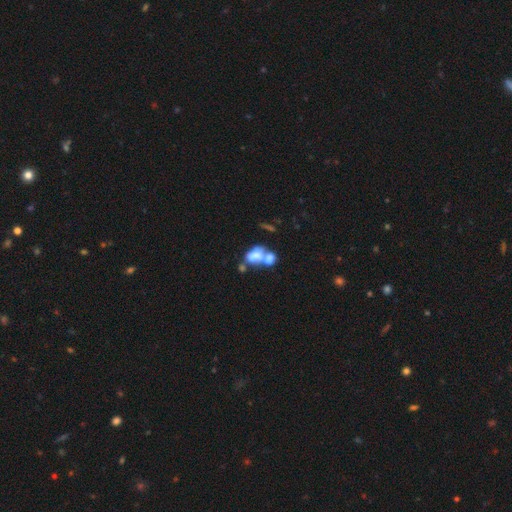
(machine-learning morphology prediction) Overall: smooth (55%; featured or disk 34%). How rounded: in between (84%). Merging: merger (69%).